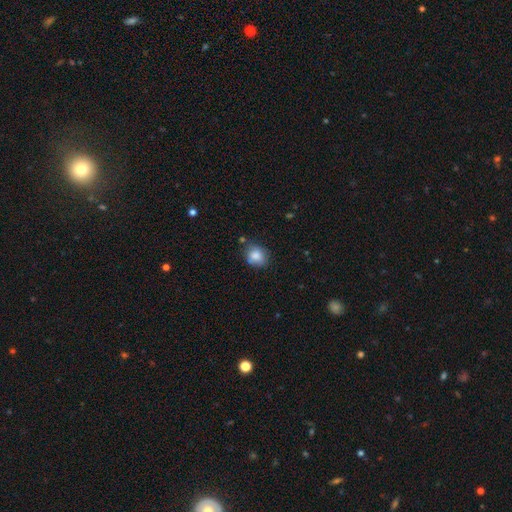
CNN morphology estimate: Smooth or featured? smooth (82%)
How rounded? round (63%)
Merging? none (70%)